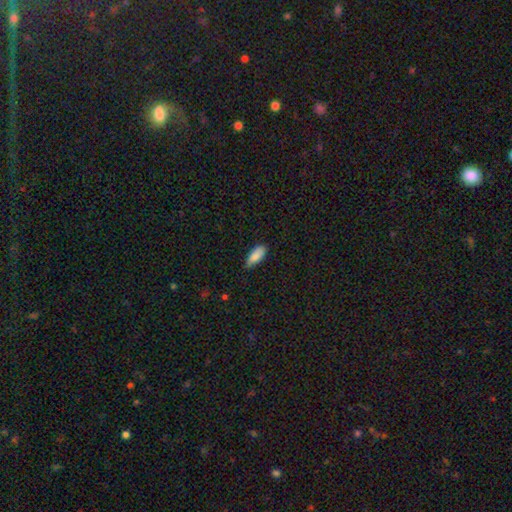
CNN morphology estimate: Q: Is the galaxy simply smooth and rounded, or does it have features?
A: smooth — 86%.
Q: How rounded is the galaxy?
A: in between — 80%.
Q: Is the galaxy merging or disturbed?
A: none — 70%.